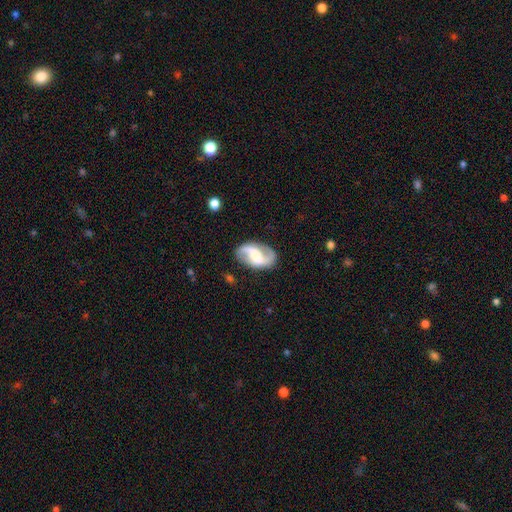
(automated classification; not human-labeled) Q: Smooth or featured?
A: featured or disk (82%); runner-up: smooth (12%)
Q: Edge-on disk?
A: no (97%); runner-up: yes (3%)
Q: Bar?
A: weak (42%); runner-up: no (29%)
Q: Spiral arms?
A: yes (95%); runner-up: no (5%)
Q: Spiral winding?
A: loose (45%); runner-up: medium (42%)
Q: Spiral arm count?
A: 2 (93%); runner-up: can't tell (3%)
Q: Bulge size?
A: large (31%); runner-up: moderate (25%)
Q: Merging?
A: none (80%); runner-up: minor disturbance (13%)